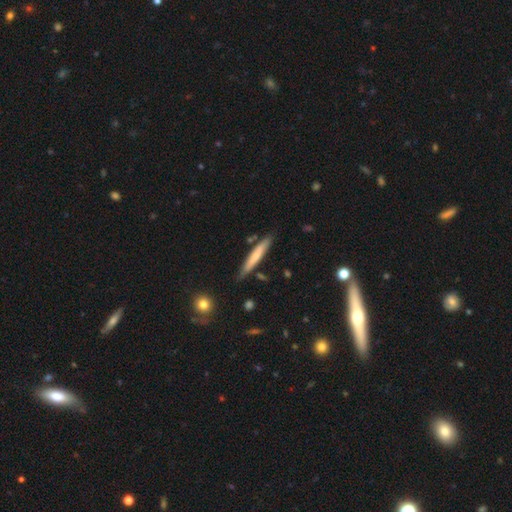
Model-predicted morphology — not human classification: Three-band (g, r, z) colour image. It shows a smooth galaxy with no disk features (58%) that is cigar-shaped (93%). Merging: none (80%).